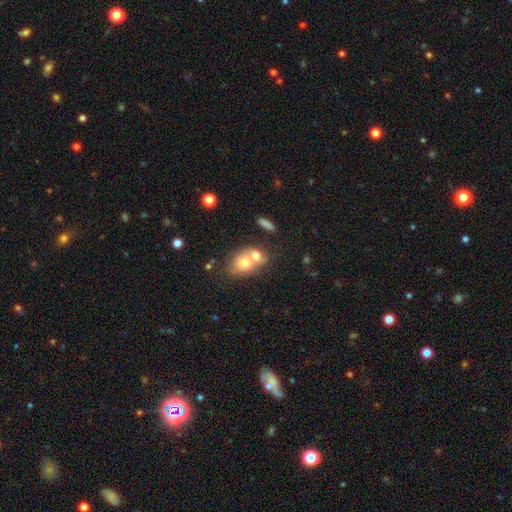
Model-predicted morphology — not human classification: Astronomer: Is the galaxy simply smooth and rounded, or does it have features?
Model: smooth — 71%.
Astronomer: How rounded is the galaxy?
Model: in between — 56% (runner-up: round, 42%).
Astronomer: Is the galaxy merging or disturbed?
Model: merger — 70%.